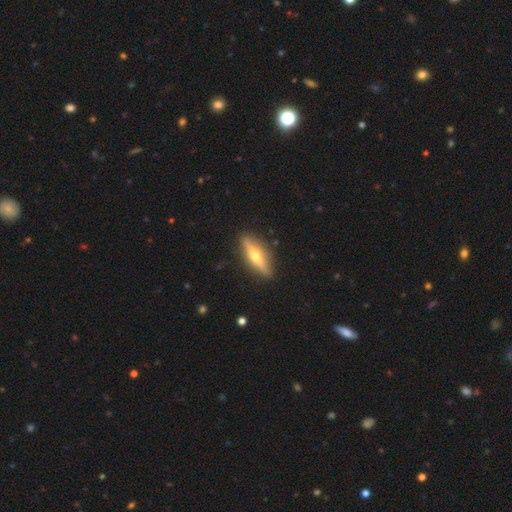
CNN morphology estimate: A featured or disk galaxy (64%) viewed edge-on (93%) with a rounded central bulge (94%). Merging: none (89%).